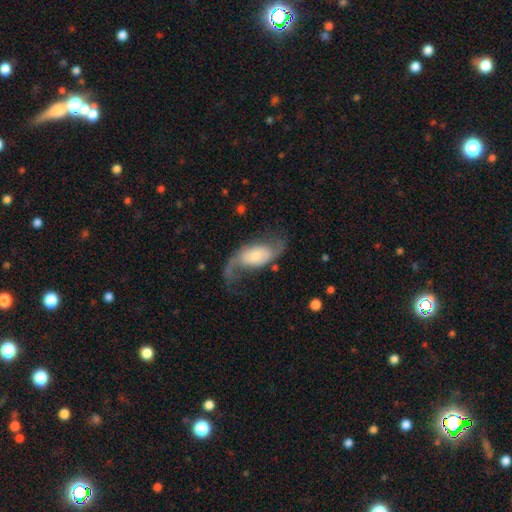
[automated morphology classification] This appears to be a featured or disk galaxy (78%) with no bar (59%), 2 (88%) loose (75%) spiral arms (94%) and a small central bulge (45%). Merging: none (56%).